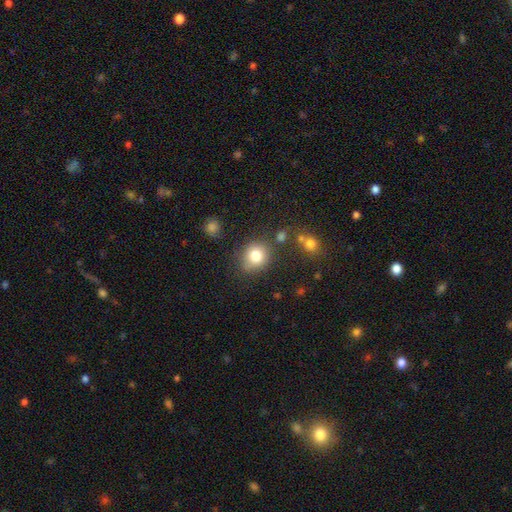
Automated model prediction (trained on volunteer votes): Smooth or featured? Predicted: smooth (p=0.80). How rounded? Predicted: round (p=0.73). Merging? Predicted: none (p=0.76).